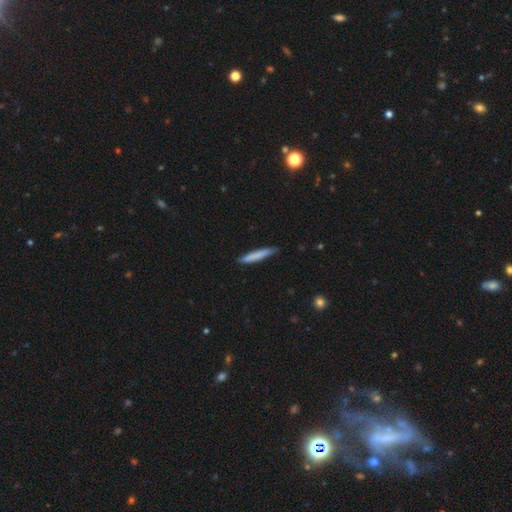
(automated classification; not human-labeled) smooth-or-featured: smooth: 78% | featured or disk: 16% | star or artifact: 6%
  how-rounded: cigar-shaped: 94% | in between: 4% | round: 1%
  merging: none: 82% | minor disturbance: 15% | major disturbance: 2% | merger: 1%